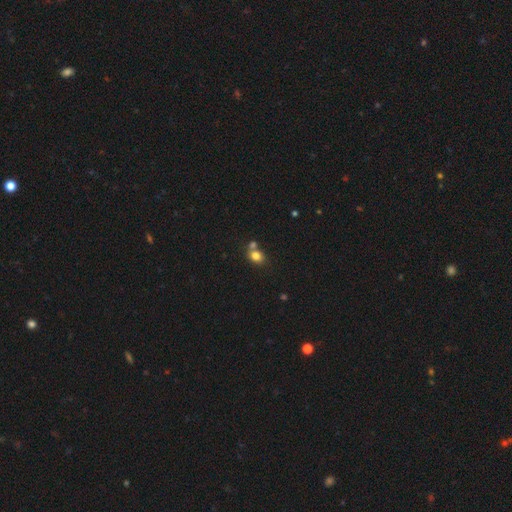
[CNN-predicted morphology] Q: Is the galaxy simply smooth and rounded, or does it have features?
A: smooth — 80%.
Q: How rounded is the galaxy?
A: round — 56%.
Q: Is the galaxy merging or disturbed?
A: none — 53%.